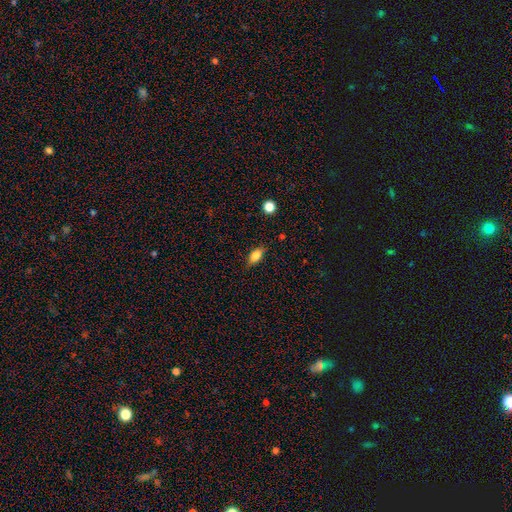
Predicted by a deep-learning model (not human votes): Smooth or featured? smooth (78%)
How rounded? in between (84%)
Merging? none (83%)